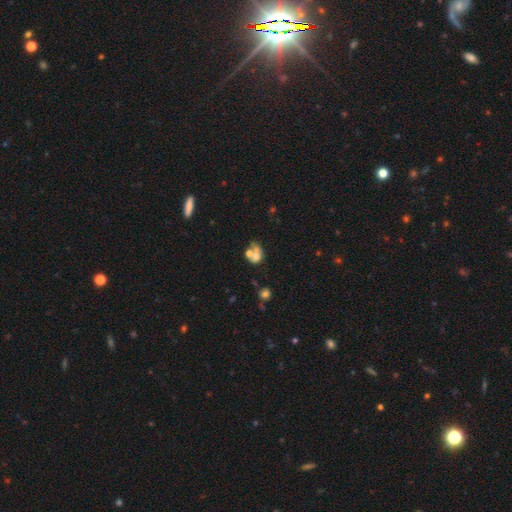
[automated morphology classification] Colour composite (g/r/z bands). It shows a smooth galaxy with no disk features (51%) that is in between round and cigar-shaped (53%). Merging: merger (56%).